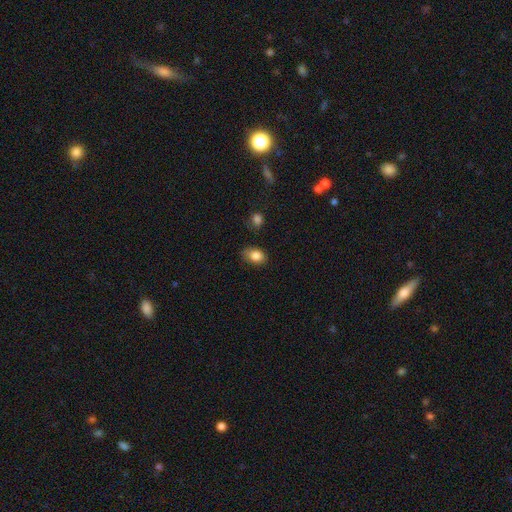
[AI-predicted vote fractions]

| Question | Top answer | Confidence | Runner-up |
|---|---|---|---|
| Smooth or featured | smooth | 85% | star or artifact (9%) |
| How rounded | in between | 75% | round (24%) |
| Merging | none | 72% | minor disturbance (21%) |